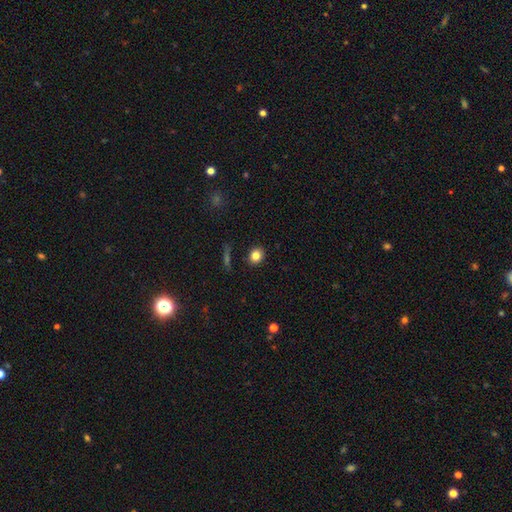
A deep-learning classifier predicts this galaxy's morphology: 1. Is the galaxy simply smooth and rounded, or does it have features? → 82% smooth, 10% star or artifact, 7% featured or disk.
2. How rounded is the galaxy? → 65% round, 34% in between, 1% cigar-shaped.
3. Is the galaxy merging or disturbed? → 88% none, 8% minor disturbance, 2% major disturbance, 2% merger.